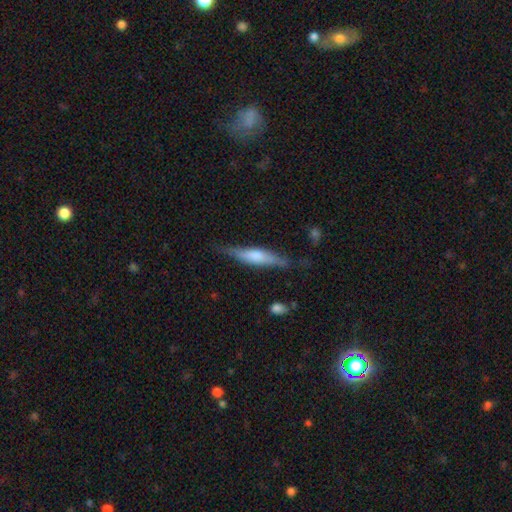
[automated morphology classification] smooth-or-featured: featured or disk: 49% | smooth: 45% | star or artifact: 6%
  merging: none: 73% | minor disturbance: 20% | major disturbance: 5% | merger: 2%